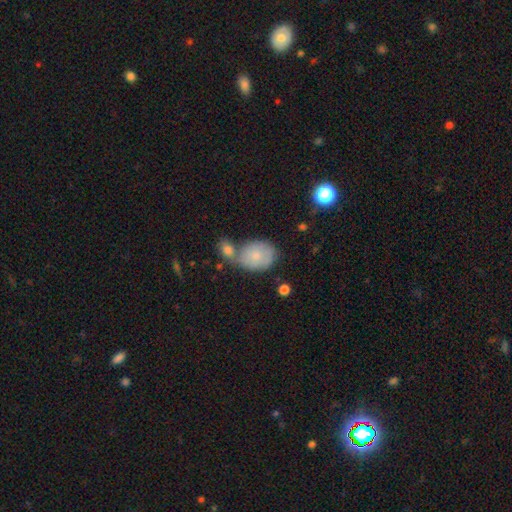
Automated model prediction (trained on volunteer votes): Smooth or featured? Predicted: smooth (p=0.71). How rounded? Predicted: in between (p=0.62). Merging? Predicted: none (p=0.44).